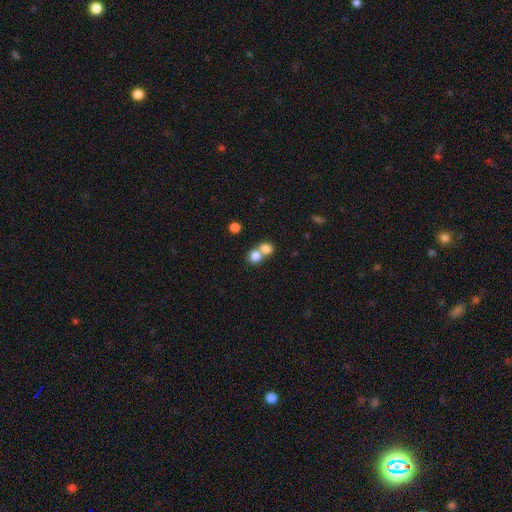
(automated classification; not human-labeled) Smooth or featured?
  - smooth: 80% *
  - star or artifact: 11%
  - featured or disk: 9%
How rounded?
  - round: 80% *
  - in between: 19%
  - cigar-shaped: 1%
Merging?
  - merger: 57% *
  - none: 36%
  - minor disturbance: 5%
  - major disturbance: 2%